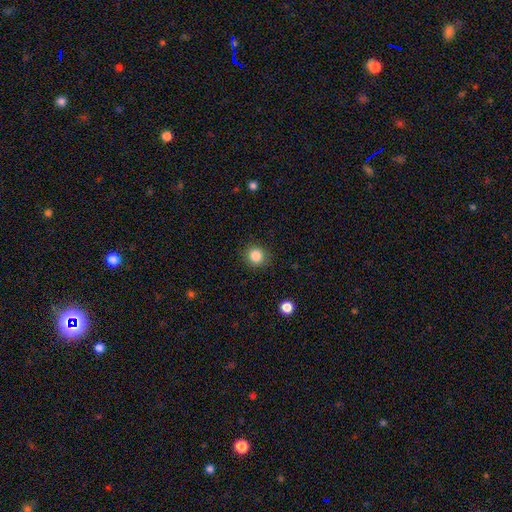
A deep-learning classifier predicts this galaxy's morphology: Overall: smooth (85%). How rounded: round (90%). Merging: none (89%).